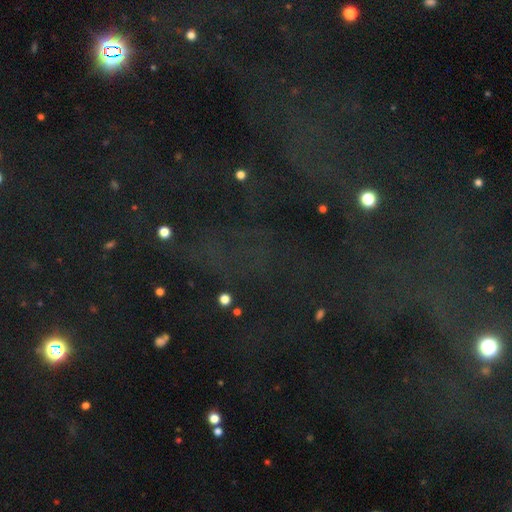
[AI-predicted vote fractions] This appears to be a star or artifact, not a galaxy (73%).